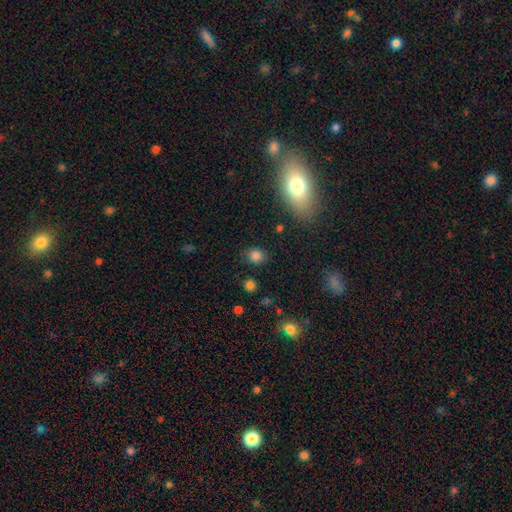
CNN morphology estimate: A smooth galaxy with no disk features (80%) that is round (71%). Merging: none (81%).